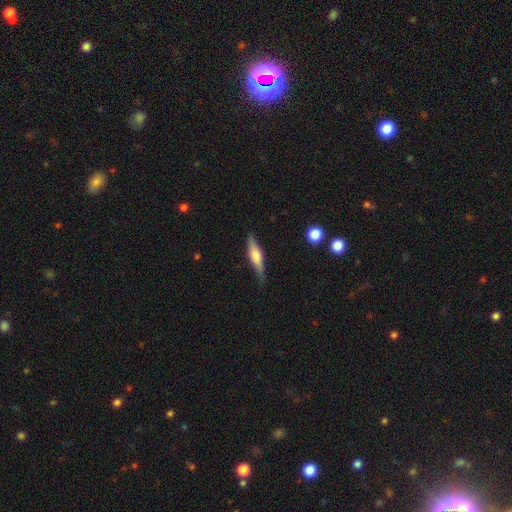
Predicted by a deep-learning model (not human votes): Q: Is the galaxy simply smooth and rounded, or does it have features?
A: featured or disk — 55%.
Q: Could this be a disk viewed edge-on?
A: yes — 94%.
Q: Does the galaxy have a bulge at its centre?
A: rounded — 77%.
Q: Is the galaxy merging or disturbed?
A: none — 79%.